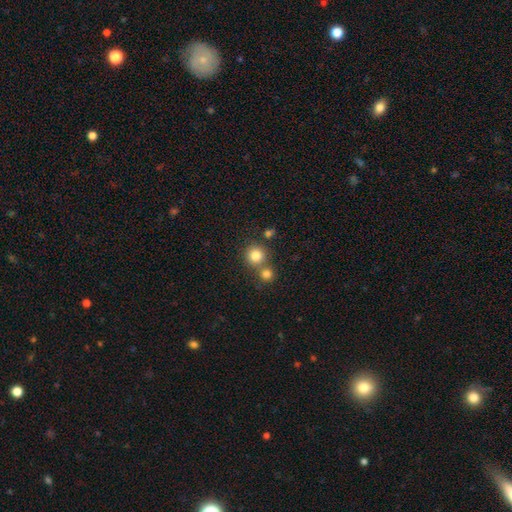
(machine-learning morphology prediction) This appears to be a smooth galaxy with no disk features (81%) that is round (92%). Merging: none (63%).